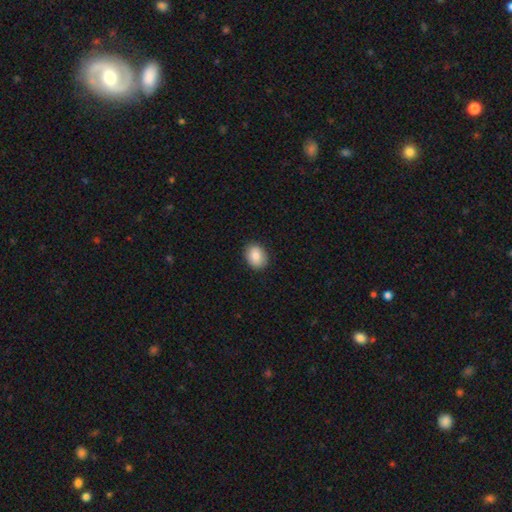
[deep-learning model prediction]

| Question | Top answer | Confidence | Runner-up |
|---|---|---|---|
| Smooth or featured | smooth | 85% | star or artifact (7%) |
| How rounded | in between | 55% | round (45%) |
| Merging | none | 89% | minor disturbance (8%) |